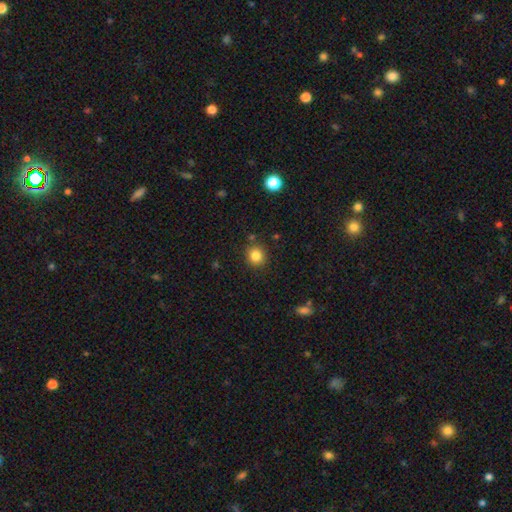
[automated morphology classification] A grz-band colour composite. It shows a smooth galaxy with no disk features (83%) that is round (86%). Merging: none (86%).